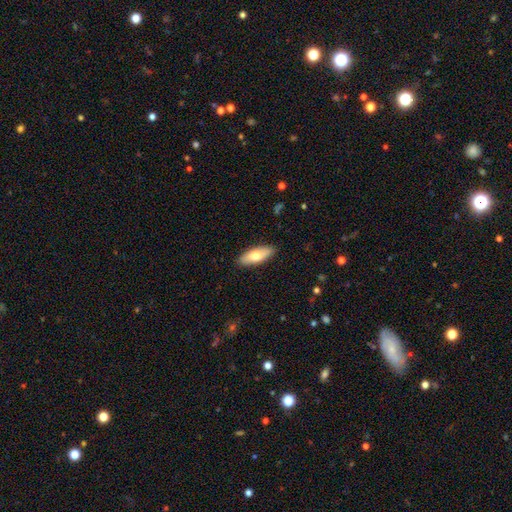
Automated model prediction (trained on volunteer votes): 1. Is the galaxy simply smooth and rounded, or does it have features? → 72% smooth, 23% featured or disk, 5% star or artifact.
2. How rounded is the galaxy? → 72% in between, 26% cigar-shaped, 2% round.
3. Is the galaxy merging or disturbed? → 89% none, 8% minor disturbance, 2% major disturbance, 1% merger.